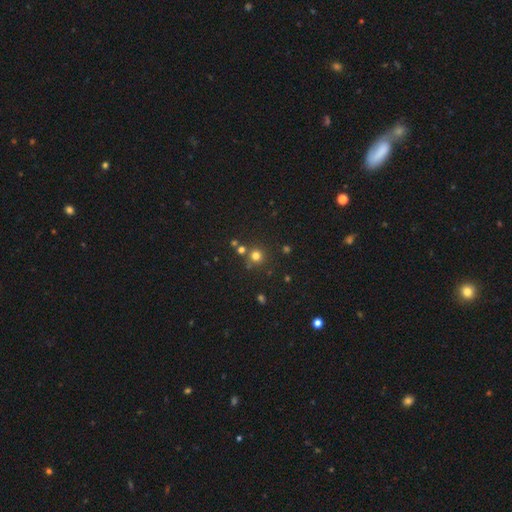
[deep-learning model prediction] smooth 72%, star or artifact 21%, featured or disk 7%. Down the decision tree: how rounded — round (93%); merging — none (78%).